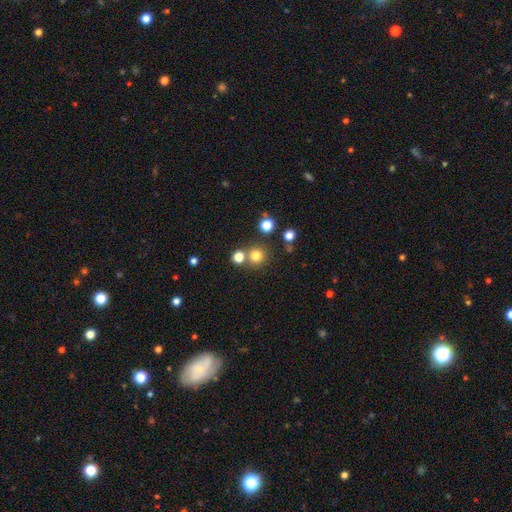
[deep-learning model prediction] The model was most divided on "merging": none: 74%, merger: 16%, minor disturbance: 7%, major disturbance: 3%. More confident: how rounded — round (93%); smooth or featured — smooth (76%).